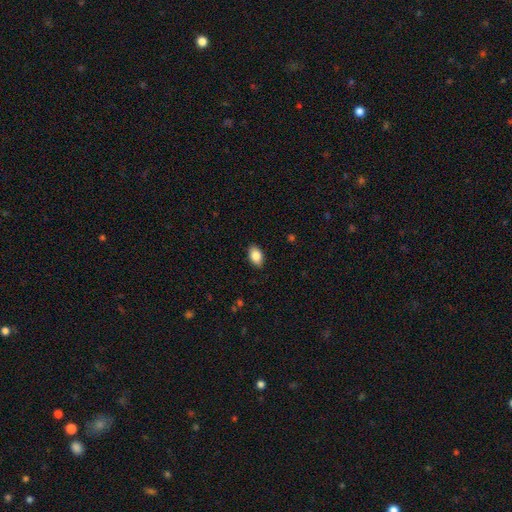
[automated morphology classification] Q: Smooth or featured?
A: smooth (85%); runner-up: featured or disk (8%)
Q: How rounded?
A: in between (90%); runner-up: round (8%)
Q: Merging?
A: none (88%); runner-up: minor disturbance (9%)